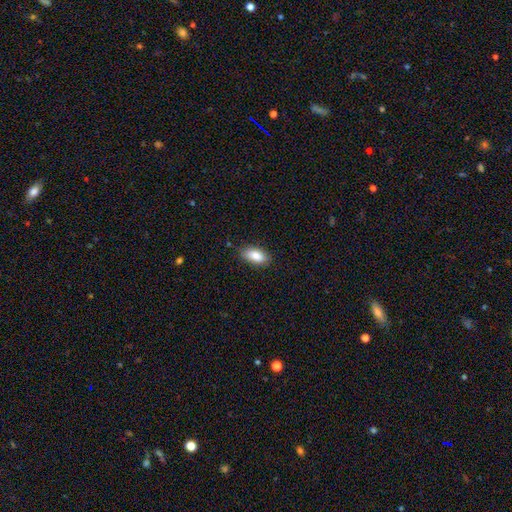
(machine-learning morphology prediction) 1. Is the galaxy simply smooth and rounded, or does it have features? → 86% smooth, 7% featured or disk, 7% star or artifact.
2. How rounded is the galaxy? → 91% in between, 5% cigar-shaped, 3% round.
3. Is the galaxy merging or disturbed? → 81% none, 15% minor disturbance, 3% major disturbance, 1% merger.